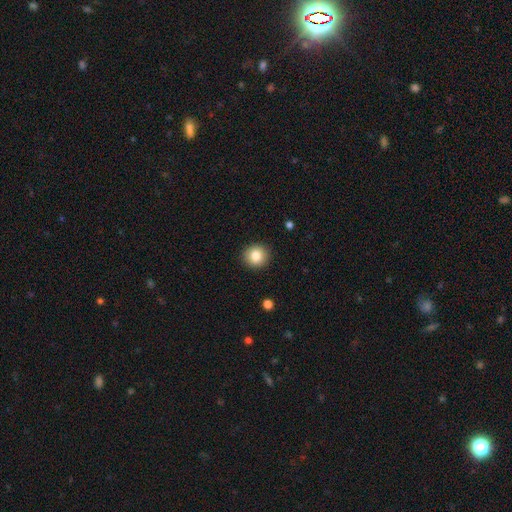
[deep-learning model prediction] Morphology: type=smooth (84%); roundness=round (90%); merging=none (92%).